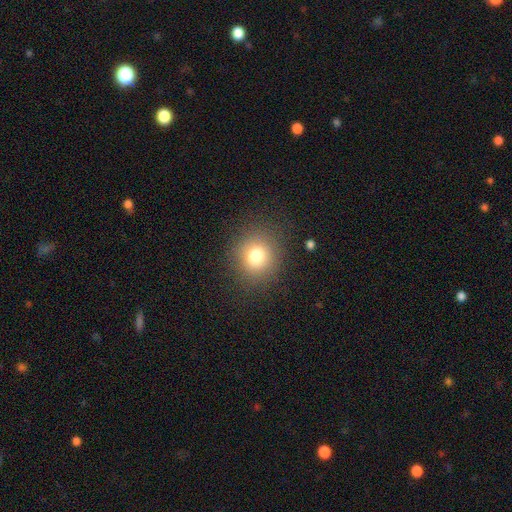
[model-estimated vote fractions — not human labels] The model was most divided on "smooth or featured": smooth: 77%, star or artifact: 13%, featured or disk: 10%. More confident: merging — none (86%); how rounded — round (85%).